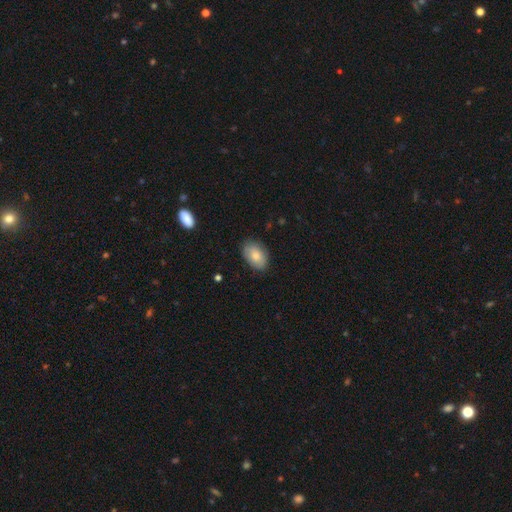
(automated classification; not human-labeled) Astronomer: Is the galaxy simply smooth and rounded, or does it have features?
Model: smooth — 79%.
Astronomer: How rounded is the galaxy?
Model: in between — 89%.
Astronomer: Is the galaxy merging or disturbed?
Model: none — 82%.